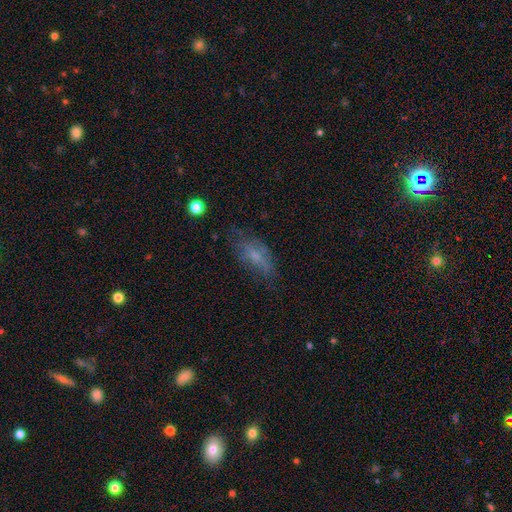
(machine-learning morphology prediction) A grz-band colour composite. It shows a smooth galaxy with no disk features (51%) that is in between round and cigar-shaped (74%). Merging: none (54%).